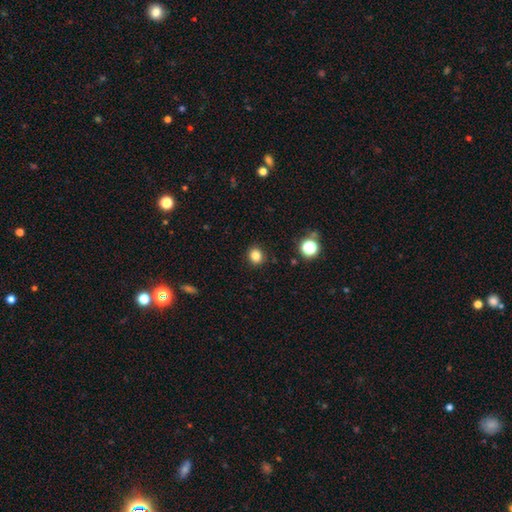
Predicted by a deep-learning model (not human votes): A smooth galaxy with no disk features (82%) that is round (78%). Merging: none (90%).